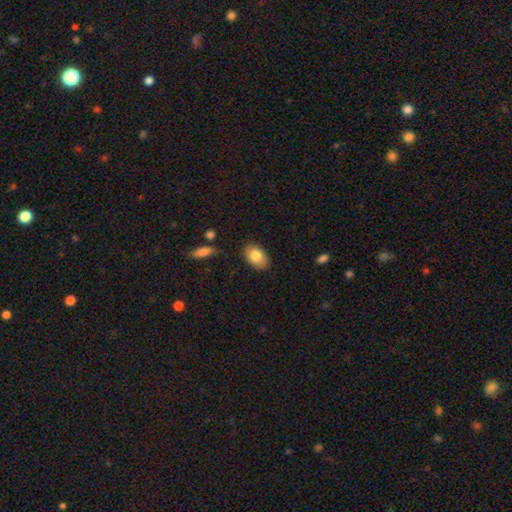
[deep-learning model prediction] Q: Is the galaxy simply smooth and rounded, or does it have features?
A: smooth — 80%.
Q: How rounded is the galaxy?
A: in between — 86%.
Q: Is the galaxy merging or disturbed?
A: none — 83%.